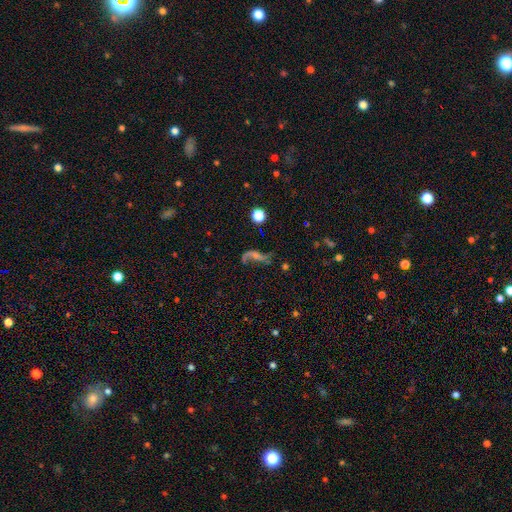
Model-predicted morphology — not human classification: Overall: featured or disk (72%). Edge-on disk: no (90%). Bar: no (55%; weak 30%). Spiral arms: yes (88%). Spiral arm count: 2 (80%). Spiral winding: loose (86%). Bulge size: small (51%; moderate 26%). Merging: none (54%; major disturbance 22%).